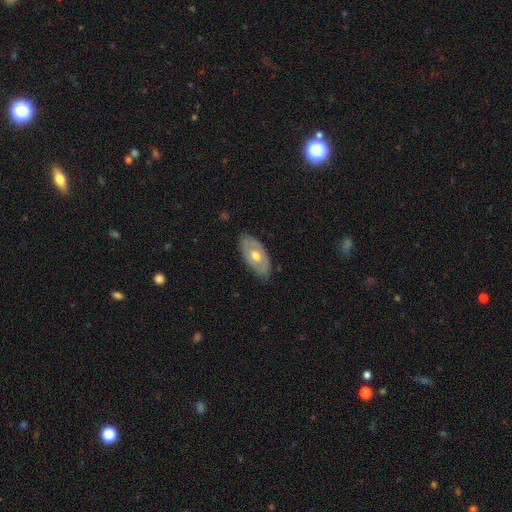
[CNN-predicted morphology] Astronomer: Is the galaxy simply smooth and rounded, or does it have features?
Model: featured or disk — 54% (runner-up: smooth, 40%).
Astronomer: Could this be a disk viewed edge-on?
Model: no — 85%.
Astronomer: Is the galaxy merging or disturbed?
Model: none — 80%.